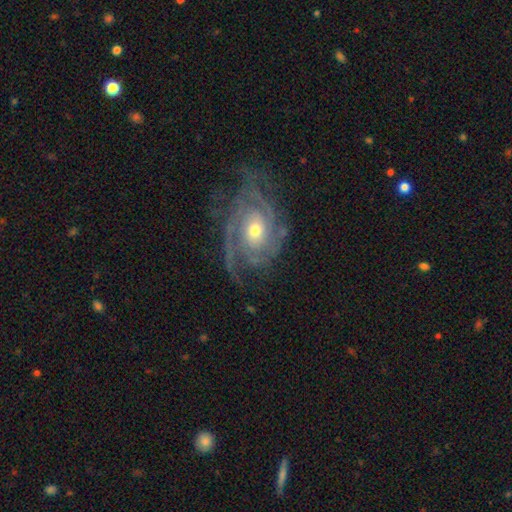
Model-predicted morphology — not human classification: The model was most divided on "spiral arm count": can't tell: 31%, 3: 24%, 2: 21%, 4: 10%, 1: 7%, more than 4: 7%. More confident: edge-on disk — no (96%); spiral arms — yes (94%); smooth or featured — featured or disk (80%); merging — none (71%); bar — no (64%); spiral winding — tight (62%); bulge size — moderate (62%).